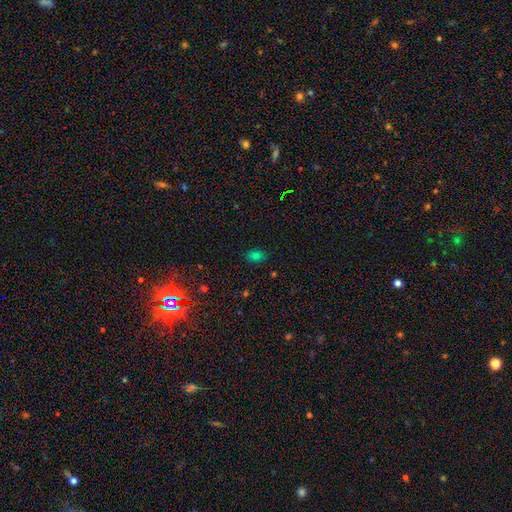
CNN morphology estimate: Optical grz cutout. It shows a smooth galaxy with no disk features (76%) that is in between round and cigar-shaped (79%). Merging: none (84%).